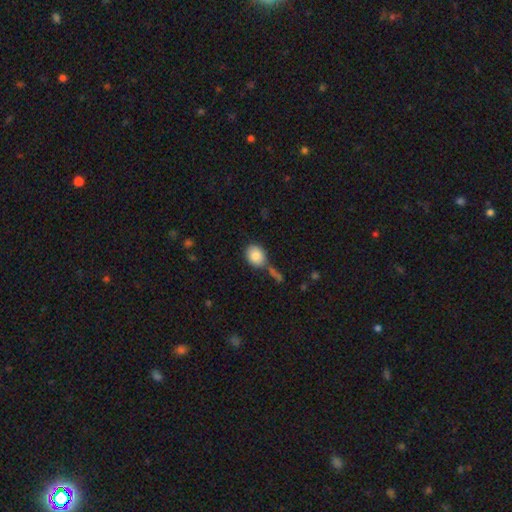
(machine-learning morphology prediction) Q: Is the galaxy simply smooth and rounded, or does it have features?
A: smooth — 86%.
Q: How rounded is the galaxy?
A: round — 50%.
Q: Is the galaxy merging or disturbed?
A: none — 62%.